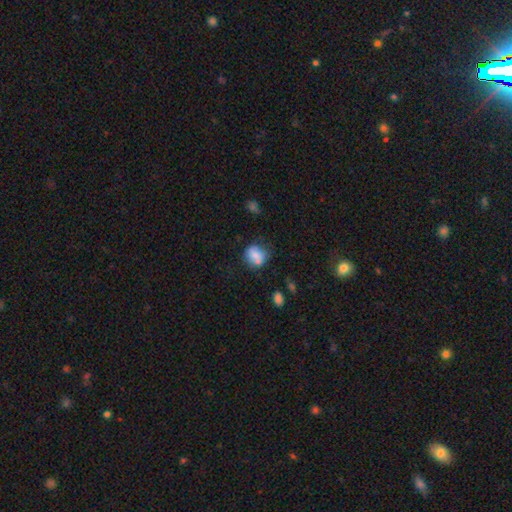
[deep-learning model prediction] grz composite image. It shows a smooth galaxy with no disk features (75%) that is round (66%). Merging: none (54%).